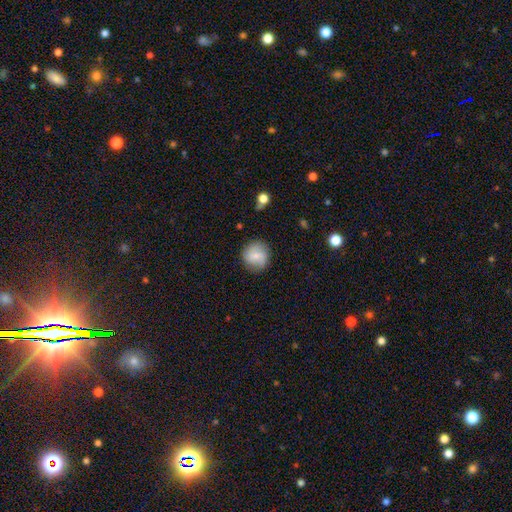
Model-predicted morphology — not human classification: A smooth galaxy with no disk features (70%) that is round (91%). Merging: none (83%).